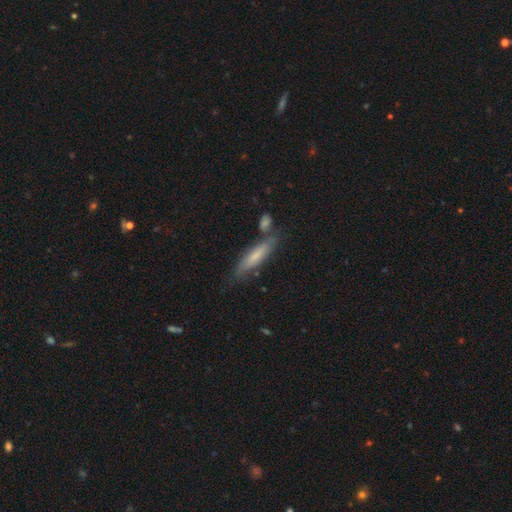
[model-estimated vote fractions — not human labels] This is likely a smooth galaxy (61%). How rounded: likely cigar-shaped (79%). Merging: likely none (68%).